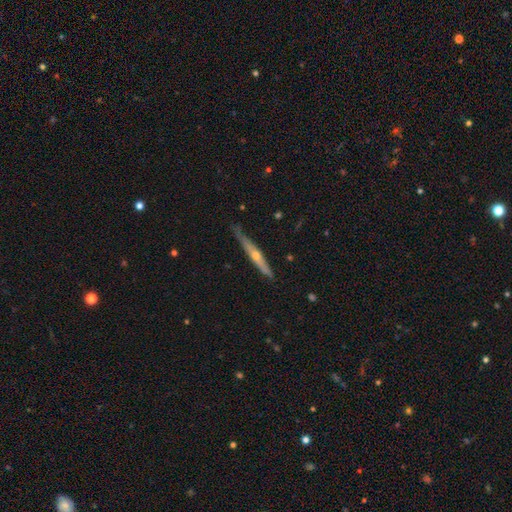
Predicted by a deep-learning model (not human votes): This appears to be a featured or disk galaxy (65%) viewed edge-on (94%) with a rounded central bulge (77%). Merging: none (75%).